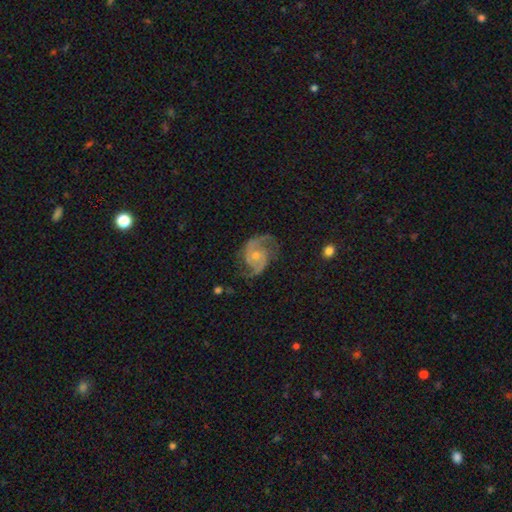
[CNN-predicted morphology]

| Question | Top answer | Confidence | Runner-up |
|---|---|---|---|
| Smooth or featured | featured or disk | 88% | star or artifact (6%) |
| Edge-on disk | no | 98% | yes (2%) |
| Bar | no | 68% | weak (26%) |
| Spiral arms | yes | 97% | no (3%) |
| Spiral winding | medium | 56% | tight (24%) |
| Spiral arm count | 2 | 88% | 3 (4%) |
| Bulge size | small | 57% | moderate (39%) |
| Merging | none | 71% | minor disturbance (18%) |